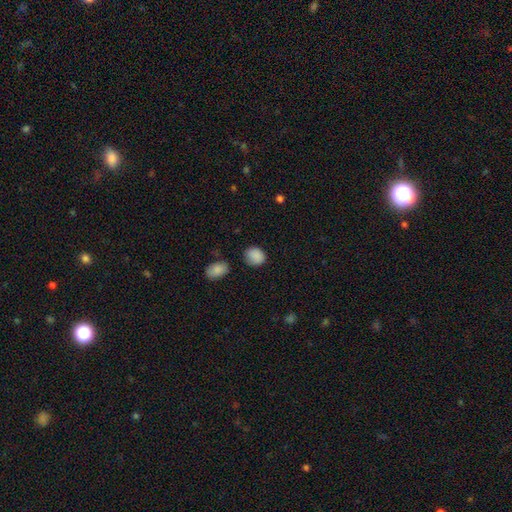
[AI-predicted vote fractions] A smooth galaxy with no disk features (87%) that is round (64%). Merging: none (74%).